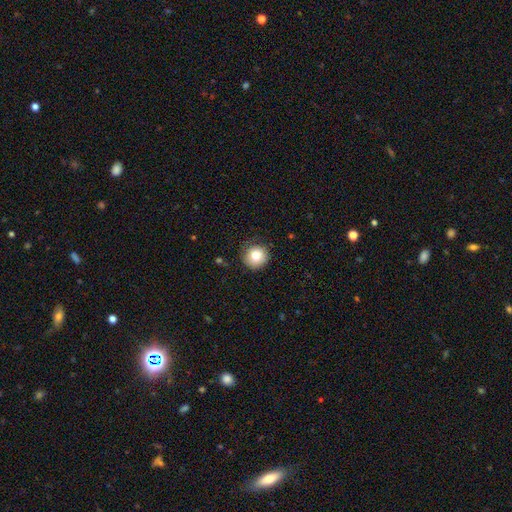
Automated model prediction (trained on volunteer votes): The model was most divided on "merging": none: 77%, minor disturbance: 16%, major disturbance: 5%, merger: 1%. More confident: how rounded — round (94%); smooth or featured — smooth (79%).